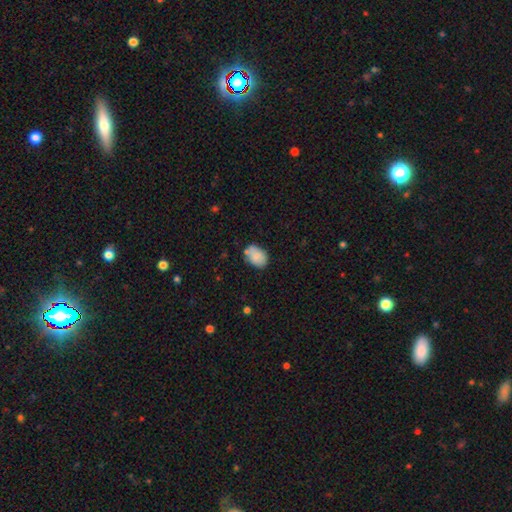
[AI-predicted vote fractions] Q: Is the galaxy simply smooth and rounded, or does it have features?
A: smooth — 83%.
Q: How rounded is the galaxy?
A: in between — 78%.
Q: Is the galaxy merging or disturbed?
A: none — 65%.